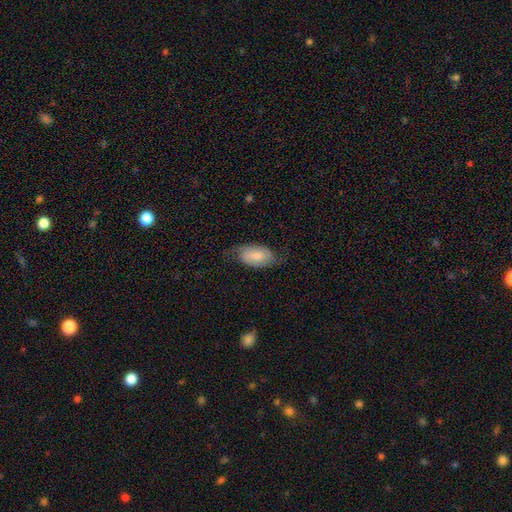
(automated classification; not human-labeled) smooth-or-featured: smooth: 59% | featured or disk: 34% | star or artifact: 7%
  how-rounded: in between: 93% | round: 4% | cigar-shaped: 3%
  merging: none: 60% | minor disturbance: 26% | major disturbance: 12% | merger: 1%